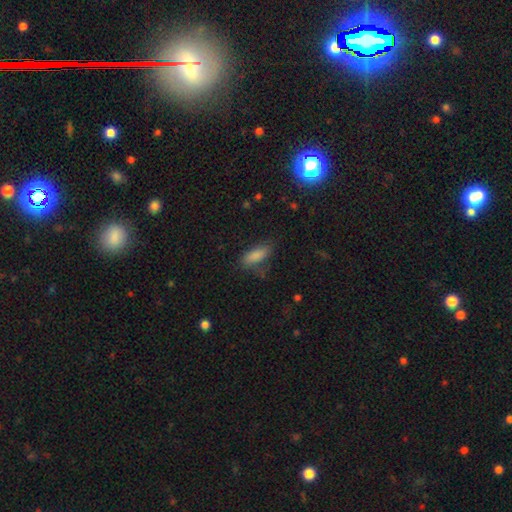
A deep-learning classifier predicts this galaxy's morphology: smooth-or-featured: smooth: 84% | featured or disk: 8% | star or artifact: 8%
  how-rounded: in between: 75% | cigar-shaped: 22% | round: 2%
  merging: none: 63% | minor disturbance: 24% | major disturbance: 10% | merger: 3%